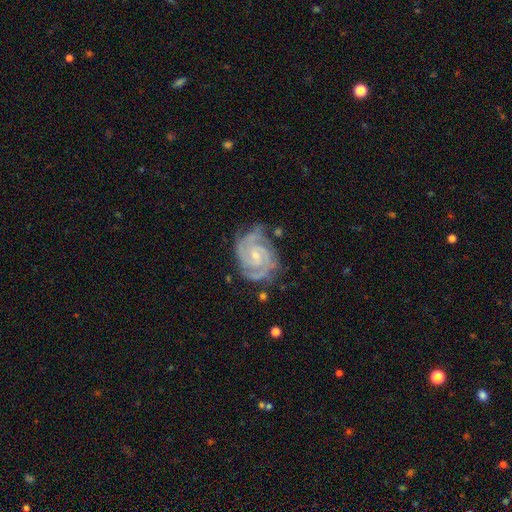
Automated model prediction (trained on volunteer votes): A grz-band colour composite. It shows a featured or disk galaxy (91%) with no bar (49%), 2 (57%) tight (70%) spiral arms (98%) and a small central bulge (70%). Merging: none (67%).